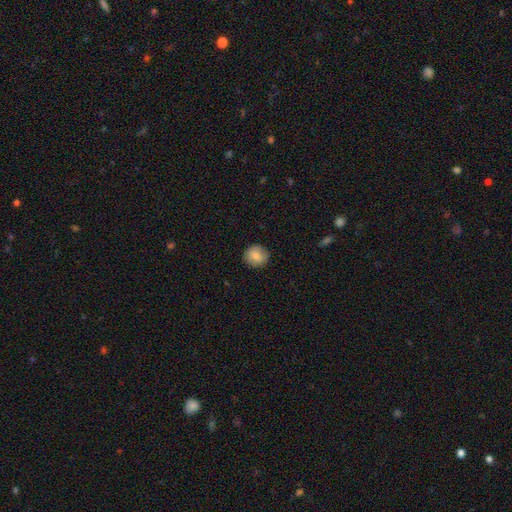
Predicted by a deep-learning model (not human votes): smooth_or_featured: smooth (p=0.81) [alt: featured or disk p=0.12]
how_rounded: round (p=0.86) [alt: in between p=0.13]
merging: none (p=0.88) [alt: minor disturbance p=0.09]